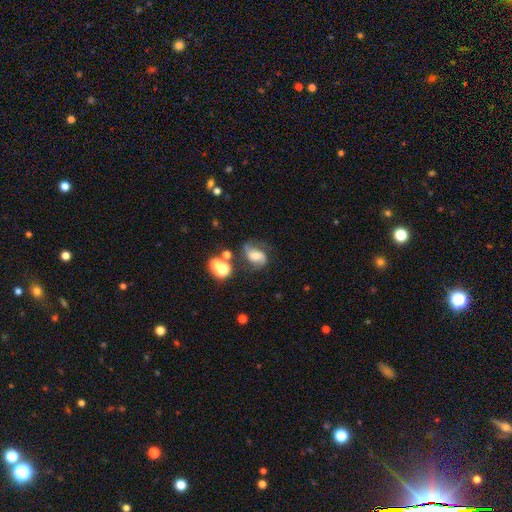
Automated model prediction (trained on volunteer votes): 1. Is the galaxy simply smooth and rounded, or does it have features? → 64% featured or disk, 24% smooth, 12% star or artifact.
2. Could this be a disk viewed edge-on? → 97% no, 3% yes.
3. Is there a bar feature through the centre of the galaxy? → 48% no, 38% weak, 14% strong.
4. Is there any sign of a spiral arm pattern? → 91% yes, 9% no.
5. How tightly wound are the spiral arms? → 43% loose, 42% medium, 14% tight.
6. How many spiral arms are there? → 86% 2, 6% can't tell, 4% 1, 2% 3, 1% 4, 1% more than 4.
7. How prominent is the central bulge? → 40% moderate, 28% small, 16% large, 12% none, 4% dominant.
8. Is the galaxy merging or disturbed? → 58% none, 22% minor disturbance, 13% major disturbance, 7% merger.